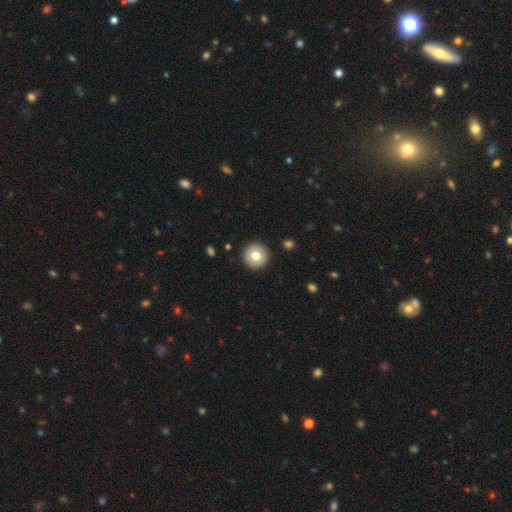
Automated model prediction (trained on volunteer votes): A smooth galaxy with no disk features (75%) that is round (96%).

Vote fractions:
- Smooth or featured? smooth: 75% / featured or disk: 17% / star or artifact: 8%
- How rounded? round: 96% / in between: 3% / cigar-shaped: 1%
- Merging? none: 93% / minor disturbance: 5% / major disturbance: 2% / merger: 1%